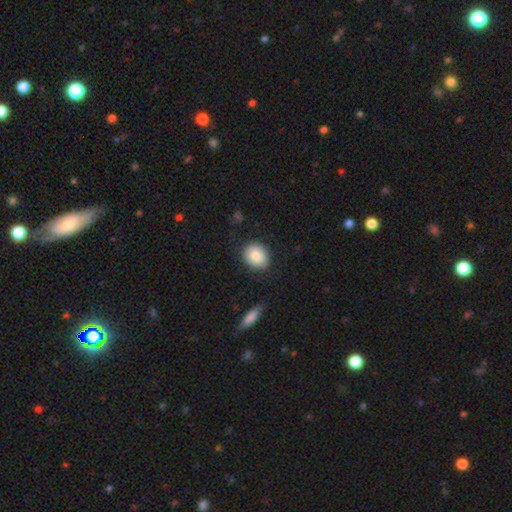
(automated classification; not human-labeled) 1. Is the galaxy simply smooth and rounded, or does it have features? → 86% smooth, 7% star or artifact, 7% featured or disk.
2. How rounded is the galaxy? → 65% round, 34% in between, 1% cigar-shaped.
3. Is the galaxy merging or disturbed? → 84% none, 11% minor disturbance, 3% major disturbance, 2% merger.